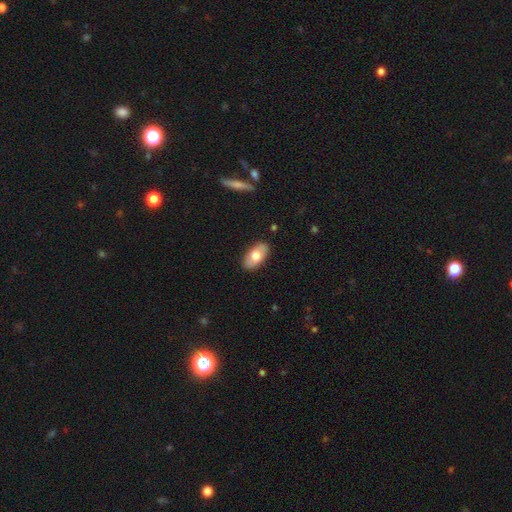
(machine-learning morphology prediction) Smooth or featured? Predicted: smooth (p=0.68). How rounded? Predicted: in between (p=0.94). Merging? Predicted: none (p=0.86).